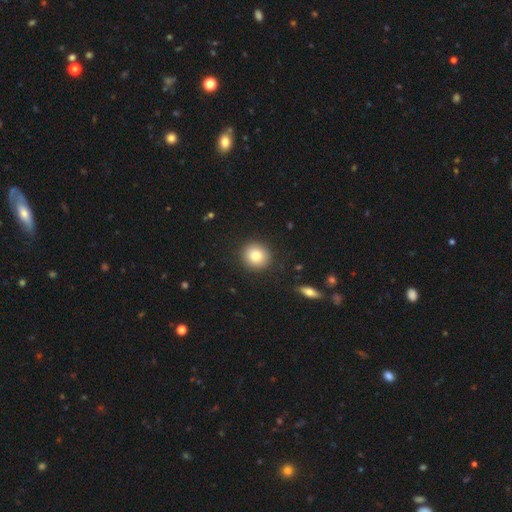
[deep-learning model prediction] Smooth or featured? smooth (84%)
How rounded? round (88%)
Merging? none (90%)